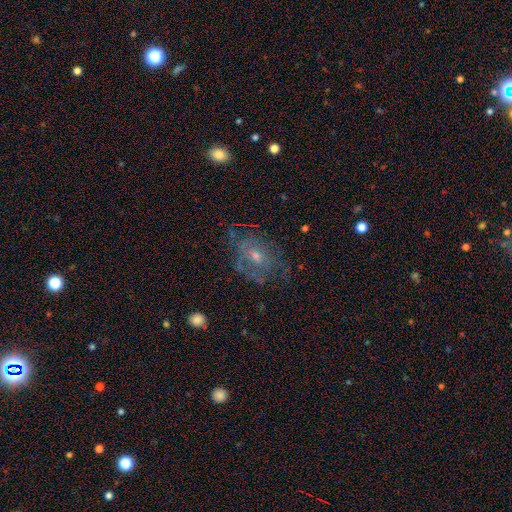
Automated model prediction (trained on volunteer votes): Q: Smooth or featured?
A: featured or disk (63%); runner-up: smooth (23%)
Q: Edge-on disk?
A: no (95%); runner-up: yes (5%)
Q: Bar?
A: no (74%); runner-up: weak (22%)
Q: Spiral arms?
A: yes (64%); runner-up: no (36%)
Q: Bulge size?
A: moderate (52%); runner-up: small (42%)
Q: Merging?
A: none (65%); runner-up: minor disturbance (20%)